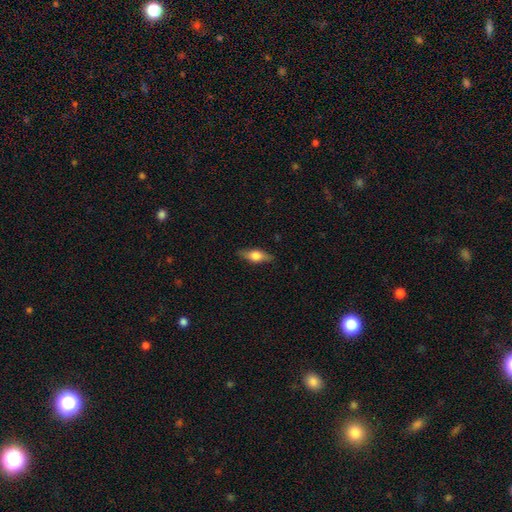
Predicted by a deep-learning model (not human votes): Q: Smooth or featured?
A: smooth (54%); runner-up: featured or disk (40%)
Q: How rounded?
A: in between (65%); runner-up: cigar-shaped (30%)
Q: Merging?
A: none (85%); runner-up: minor disturbance (11%)